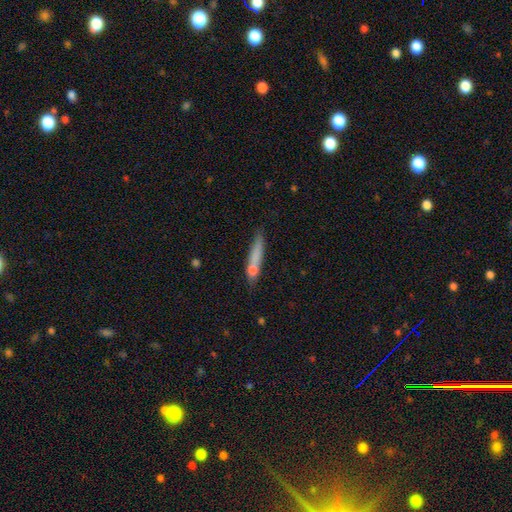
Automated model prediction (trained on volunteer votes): This is likely a smooth galaxy (69%). How rounded: clearly cigar-shaped (86%). Merging: likely none (60%).